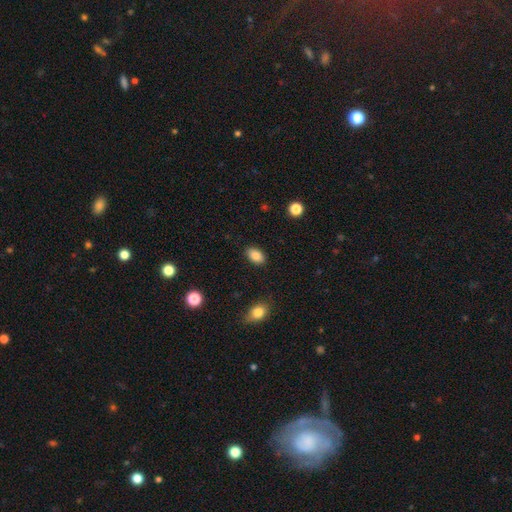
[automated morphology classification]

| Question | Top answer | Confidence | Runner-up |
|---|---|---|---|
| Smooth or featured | smooth | 87% | star or artifact (8%) |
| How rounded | in between | 90% | round (9%) |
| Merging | none | 87% | minor disturbance (10%) |